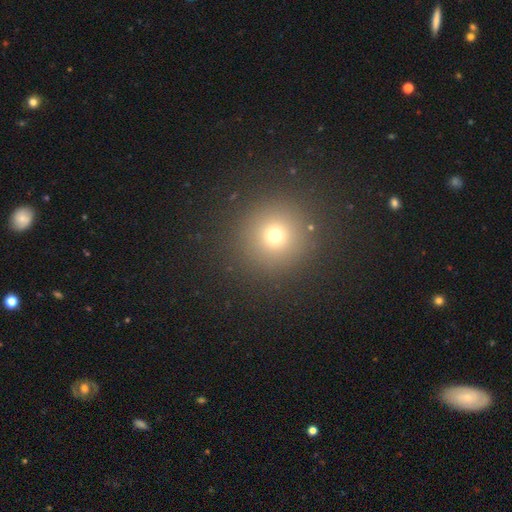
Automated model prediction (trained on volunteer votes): Smooth or featured? Predicted: smooth (p=0.66). How rounded? Predicted: round (p=0.95). Merging? Predicted: none (p=0.92).